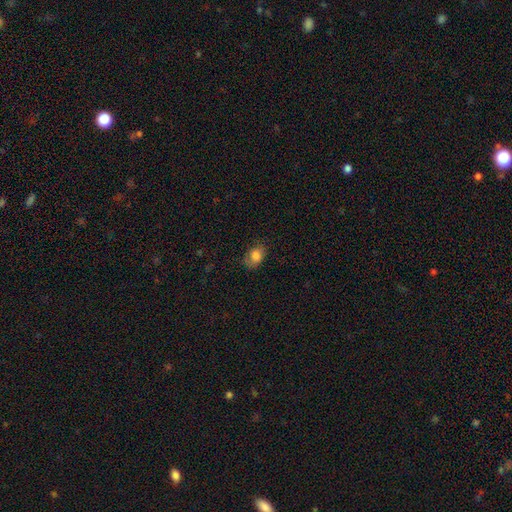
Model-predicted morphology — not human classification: Smooth or featured?
  - smooth: 81% *
  - star or artifact: 10%
  - featured or disk: 9%
How rounded?
  - in between: 77% *
  - round: 22%
  - cigar-shaped: 1%
Merging?
  - none: 69% *
  - minor disturbance: 23%
  - major disturbance: 7%
  - merger: 1%